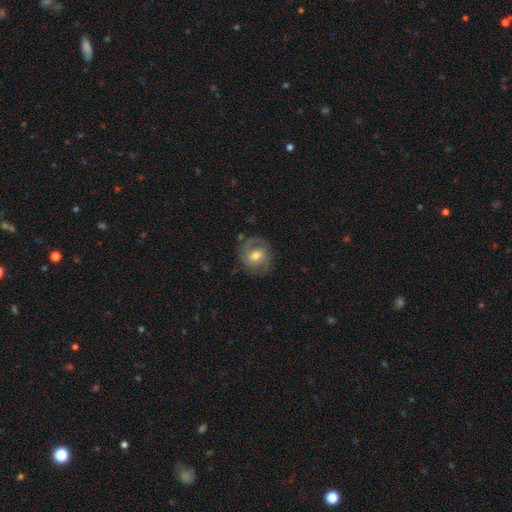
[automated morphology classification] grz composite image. It shows a featured or disk galaxy (60%) with no bar (48%), spiral arms (81%) and a moderate central bulge (68%). Merging: none (74%).